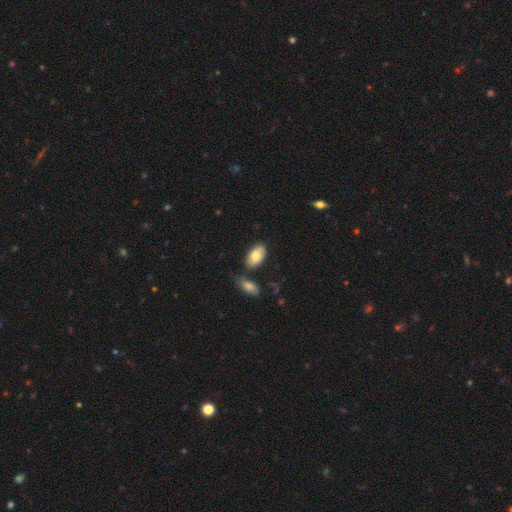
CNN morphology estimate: Smooth or featured?
  - smooth: 79% *
  - featured or disk: 15%
  - star or artifact: 6%
How rounded?
  - in between: 95% *
  - round: 4%
  - cigar-shaped: 2%
Merging?
  - none: 66% *
  - merger: 15%
  - minor disturbance: 15%
  - major disturbance: 4%